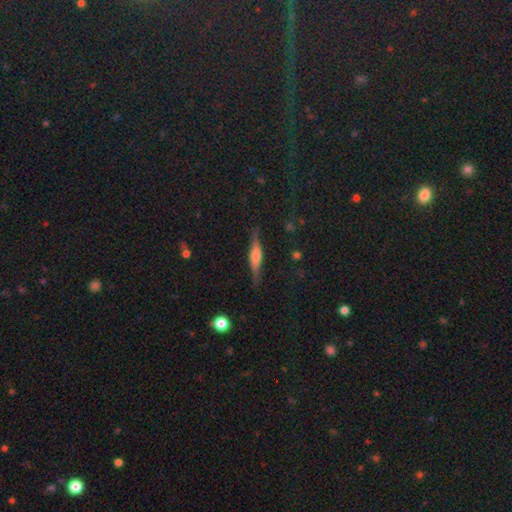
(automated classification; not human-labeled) smooth-or-featured: featured or disk: 61% | smooth: 31% | star or artifact: 8%
  disk-edge-on: yes: 96% | no: 4%
    edge-on-bulge: rounded: 72% | boxy: 21% | none: 7%
  merging: none: 84% | minor disturbance: 11% | major disturbance: 3% | merger: 1%